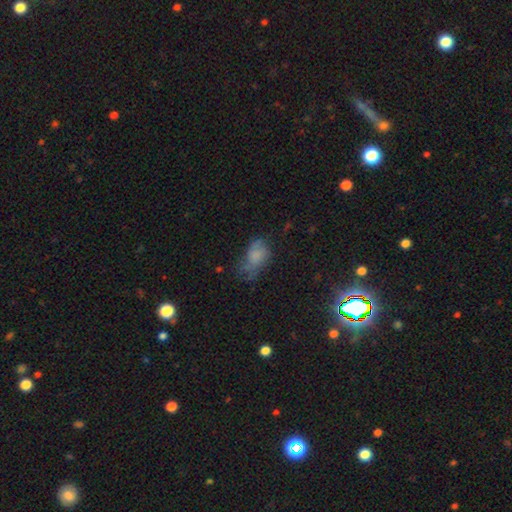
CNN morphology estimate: type=smooth (64%); roundness=in between (85%); merging=none (39%).